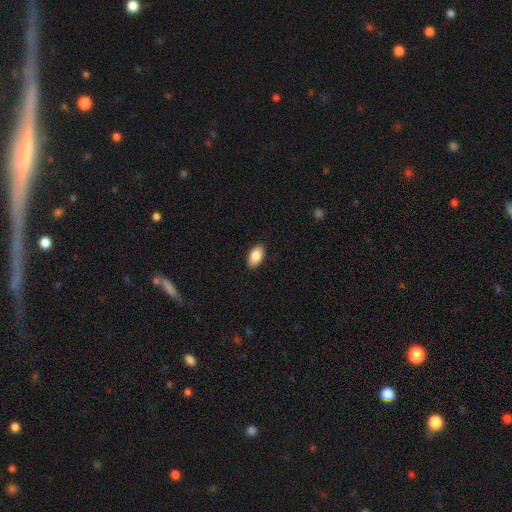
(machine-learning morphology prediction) This is clearly a smooth galaxy (85%). How rounded: clearly in between (94%). Merging: clearly none (89%).